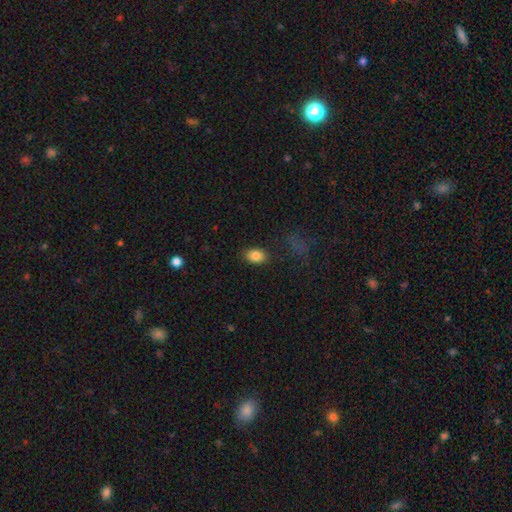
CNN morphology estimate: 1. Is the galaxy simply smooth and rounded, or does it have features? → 86% smooth, 9% star or artifact, 6% featured or disk.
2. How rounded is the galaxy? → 81% in between, 17% round, 1% cigar-shaped.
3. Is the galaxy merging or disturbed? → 85% none, 10% minor disturbance, 3% major disturbance, 2% merger.